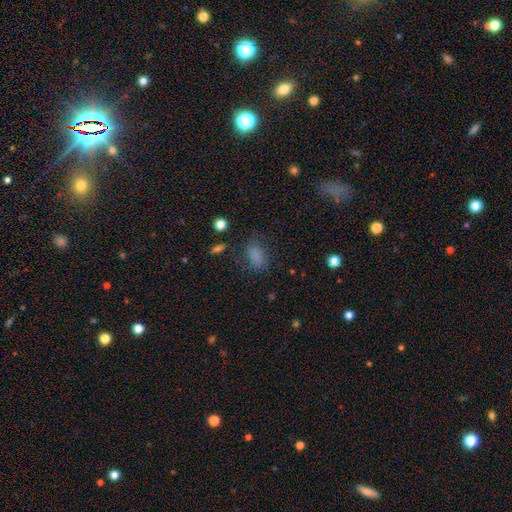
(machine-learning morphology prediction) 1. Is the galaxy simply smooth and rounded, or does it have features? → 82% smooth, 12% star or artifact, 6% featured or disk.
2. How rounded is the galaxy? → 85% in between, 11% round, 4% cigar-shaped.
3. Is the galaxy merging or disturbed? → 73% none, 17% minor disturbance, 8% major disturbance, 2% merger.